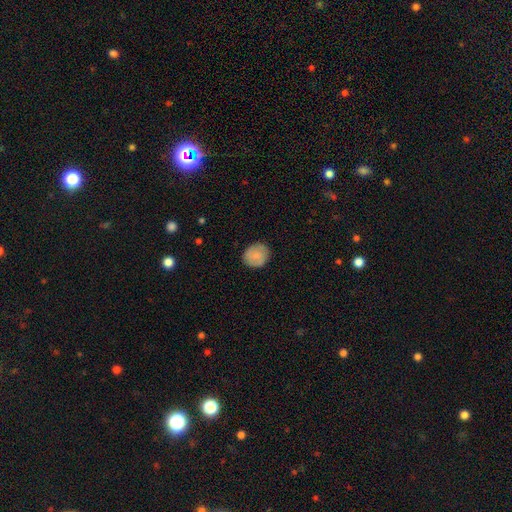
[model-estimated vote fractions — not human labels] A smooth galaxy with no disk features (77%) that is round (79%).

Vote fractions:
- Smooth or featured? smooth: 77% / featured or disk: 16% / star or artifact: 7%
- How rounded? round: 79% / in between: 20% / cigar-shaped: 1%
- Merging? none: 85% / minor disturbance: 11% / major disturbance: 2% / merger: 1%